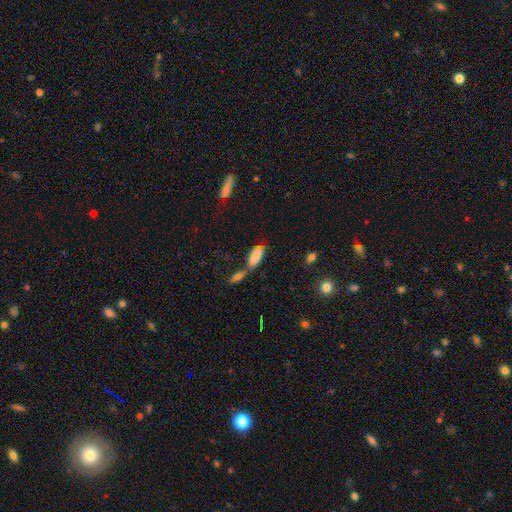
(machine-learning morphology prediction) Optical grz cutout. It shows a smooth galaxy with no disk features (83%) that is in between round and cigar-shaped (83%). Merging: none (41%).